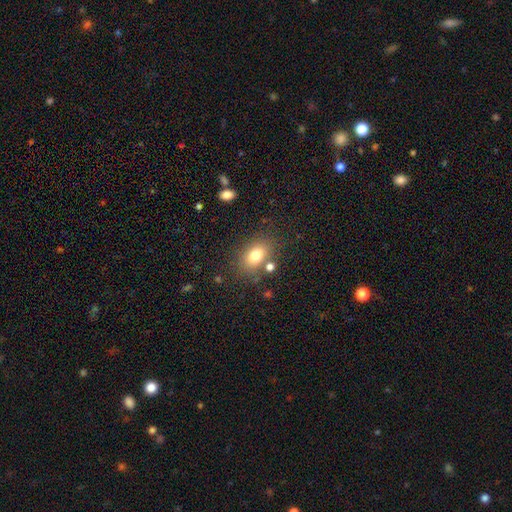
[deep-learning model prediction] This appears to be a smooth galaxy with no disk features (77%) that is in between round and cigar-shaped (79%). Merging: none (75%).